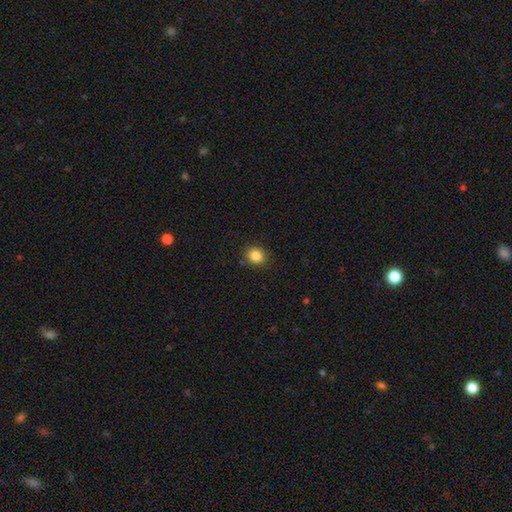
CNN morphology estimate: The model was most divided on "how rounded": round: 76%, in between: 23%, cigar-shaped: 1%. More confident: merging — none (88%); smooth or featured — smooth (85%).